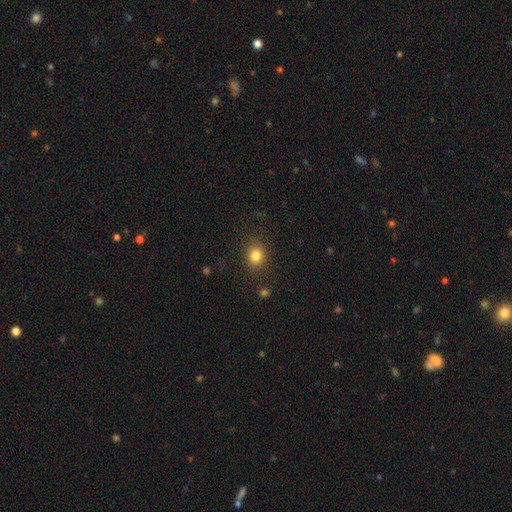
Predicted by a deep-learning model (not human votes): This is clearly a smooth galaxy (82%). How rounded: likely round (73%). Merging: clearly none (86%).